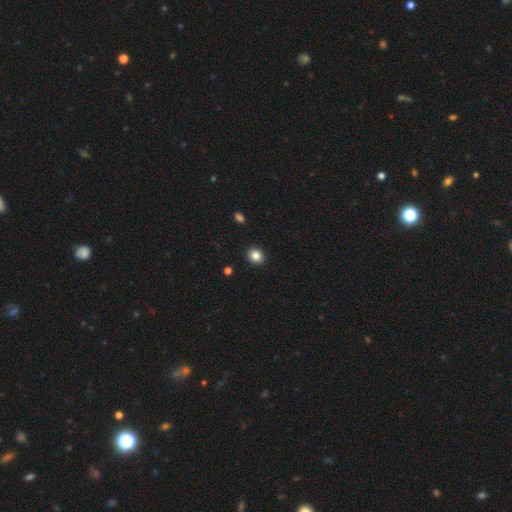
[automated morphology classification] This appears to be a smooth galaxy with no disk features (84%) that is round (69%). Merging: none (91%).